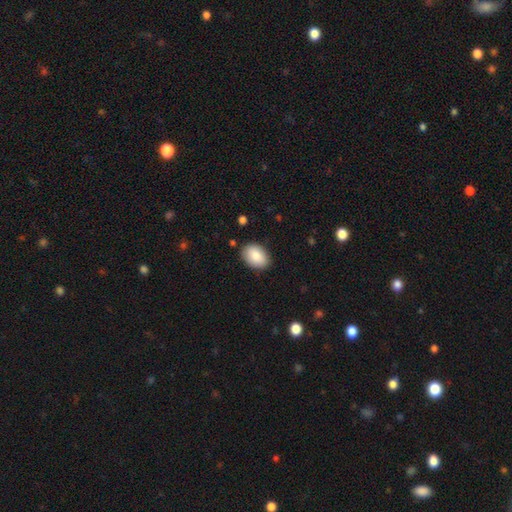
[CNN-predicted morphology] Smooth or featured?
  - smooth: 86% *
  - featured or disk: 8%
  - star or artifact: 7%
How rounded?
  - in between: 86% *
  - round: 13%
  - cigar-shaped: 1%
Merging?
  - none: 86% *
  - minor disturbance: 10%
  - major disturbance: 2%
  - merger: 1%